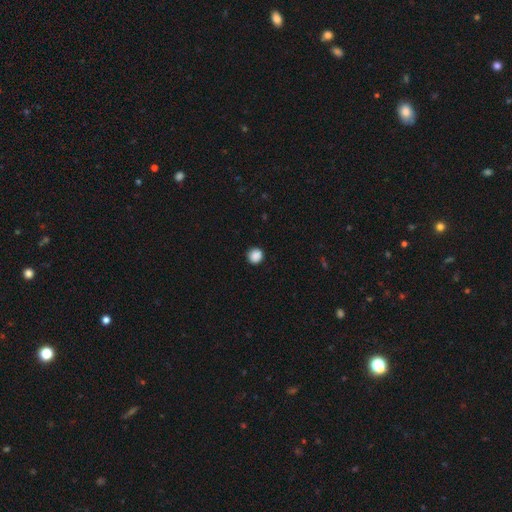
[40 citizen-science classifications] Smooth or featured? 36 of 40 (90%) said smooth. How rounded? 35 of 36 (97%) said round. Merging? 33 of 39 (85%) said none.